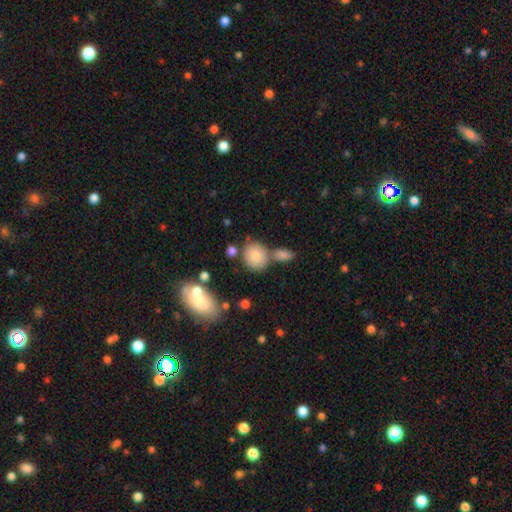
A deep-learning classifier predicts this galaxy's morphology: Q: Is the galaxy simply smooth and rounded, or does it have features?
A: smooth — 81%.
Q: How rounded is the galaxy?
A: round — 71%.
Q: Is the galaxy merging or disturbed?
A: none — 61%.